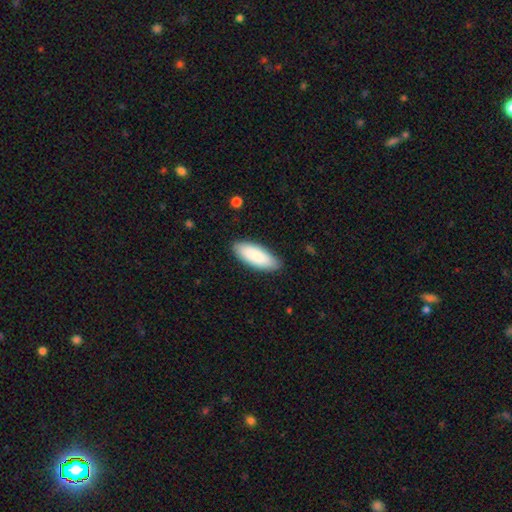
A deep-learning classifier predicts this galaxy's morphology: Overall: smooth (87%). How rounded: in between (76%). Merging: none (87%).